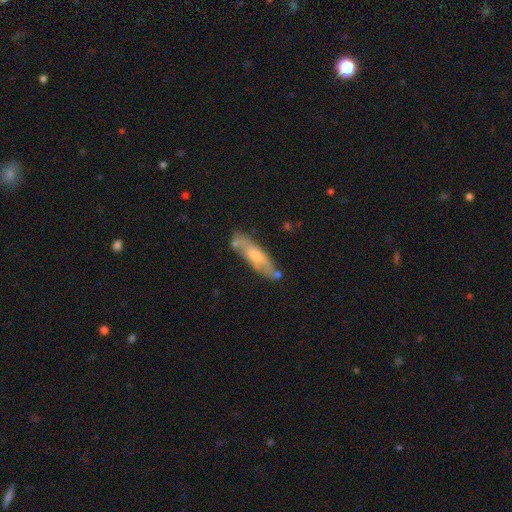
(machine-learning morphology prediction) Smooth or featured? smooth (51%)
How rounded? cigar-shaped (66%)
Merging? none (62%)